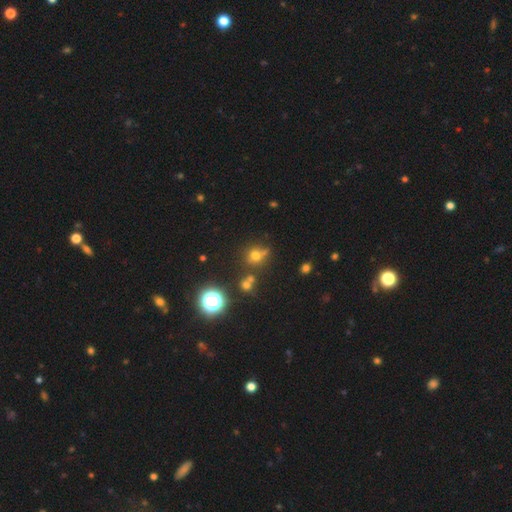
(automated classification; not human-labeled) This appears to be a smooth galaxy with no disk features (63%) that is round (83%). Merging: none (60%).